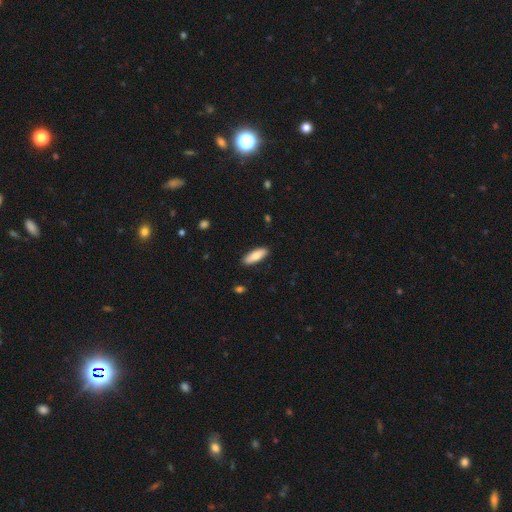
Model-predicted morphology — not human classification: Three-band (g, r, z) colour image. It shows a smooth galaxy with no disk features (82%) that is in between round and cigar-shaped (61%). Merging: none (89%).